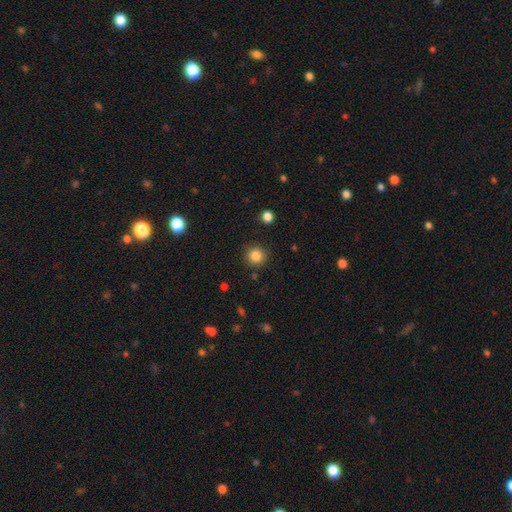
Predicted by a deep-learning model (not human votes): smooth 84%, star or artifact 11%, featured or disk 4%. Down the decision tree: how rounded — round (93%); merging — none (89%).